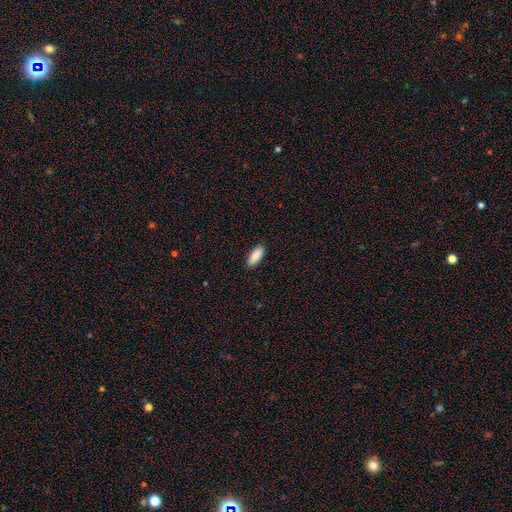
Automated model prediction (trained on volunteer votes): smooth-or-featured: smooth: 88% | star or artifact: 7% | featured or disk: 5%
  how-rounded: in between: 73% | cigar-shaped: 26% | round: 2%
  merging: none: 86% | minor disturbance: 11% | major disturbance: 2% | merger: 1%